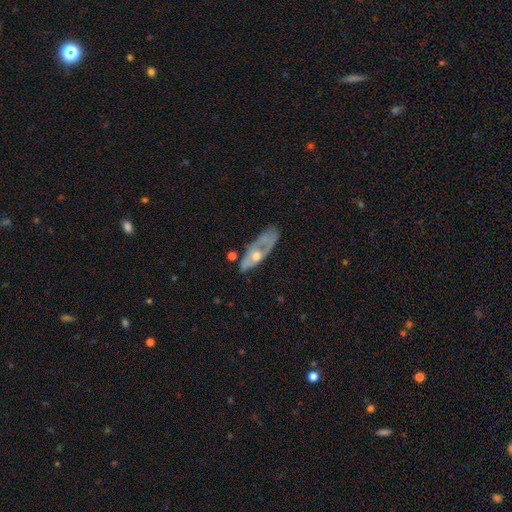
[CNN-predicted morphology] A featured or disk galaxy (61%). Merging: none (51%).